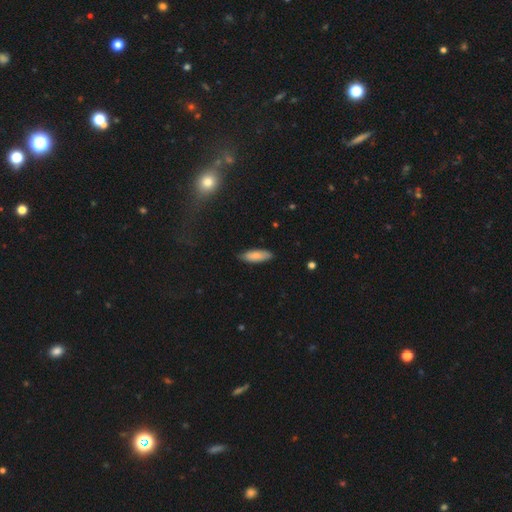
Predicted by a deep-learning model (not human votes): Q: Smooth or featured?
A: smooth (80%); runner-up: featured or disk (13%)
Q: How rounded?
A: in between (59%); runner-up: cigar-shaped (39%)
Q: Merging?
A: none (83%); runner-up: minor disturbance (14%)